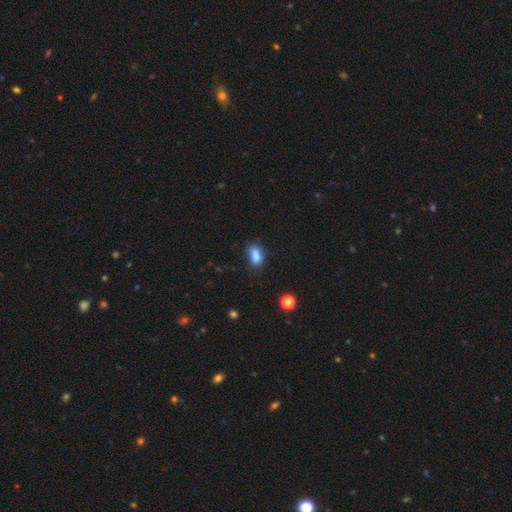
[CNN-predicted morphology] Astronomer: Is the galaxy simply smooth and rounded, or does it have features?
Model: smooth — 82%.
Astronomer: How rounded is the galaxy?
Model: in between — 85%.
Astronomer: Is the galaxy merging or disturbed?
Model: none — 59%.